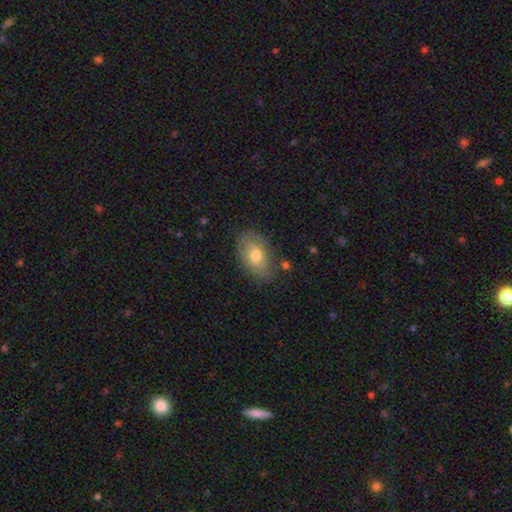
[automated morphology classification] Smooth or featured: smooth — 54% (featured or disk — 38%)
How rounded: in between — 89% (round — 10%)
Merging: none — 70% (minor disturbance — 22%)